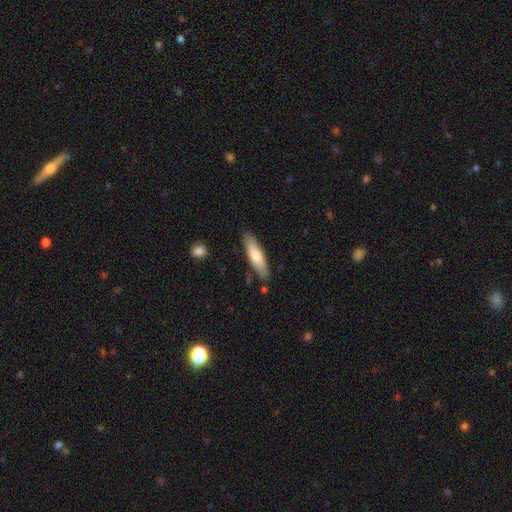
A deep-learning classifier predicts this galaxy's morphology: The model was most divided on "how rounded": cigar-shaped: 64%, in between: 34%, round: 2%. More confident: merging — none (85%); smooth or featured — smooth (72%).